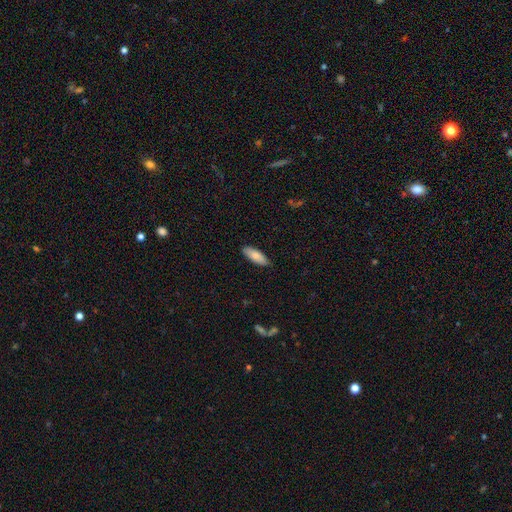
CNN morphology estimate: This appears to be a smooth galaxy with no disk features (84%) that is in between round and cigar-shaped (69%). Merging: none (86%).